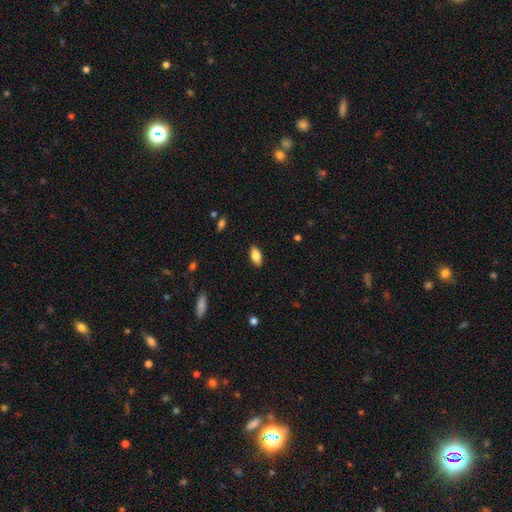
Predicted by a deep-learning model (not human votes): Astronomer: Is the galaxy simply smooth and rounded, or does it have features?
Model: smooth — 85%.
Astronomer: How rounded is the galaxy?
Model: in between — 89%.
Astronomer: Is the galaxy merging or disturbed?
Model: none — 88%.